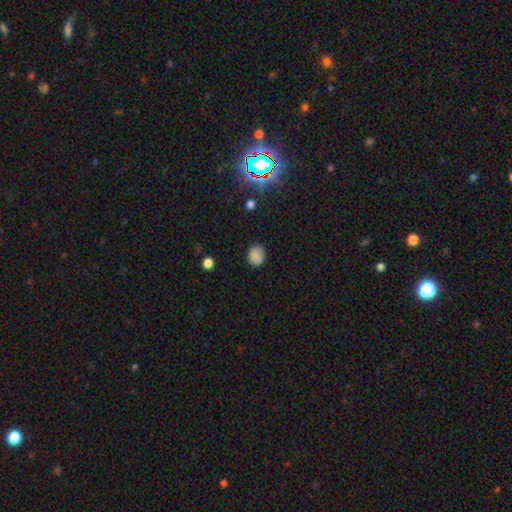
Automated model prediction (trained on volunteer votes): Smooth or featured?
  - smooth: 84% *
  - star or artifact: 11%
  - featured or disk: 5%
How rounded?
  - round: 63% *
  - in between: 36%
  - cigar-shaped: 1%
Merging?
  - none: 83% *
  - minor disturbance: 12%
  - major disturbance: 3%
  - merger: 1%